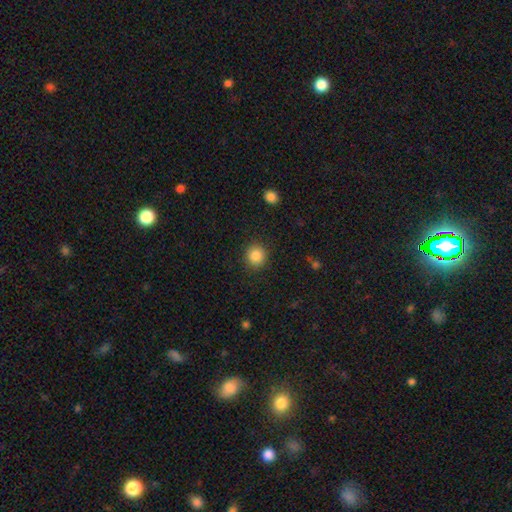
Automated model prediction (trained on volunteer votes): This is clearly a smooth galaxy (86%). How rounded: clearly round (90%). Merging: clearly none (90%).